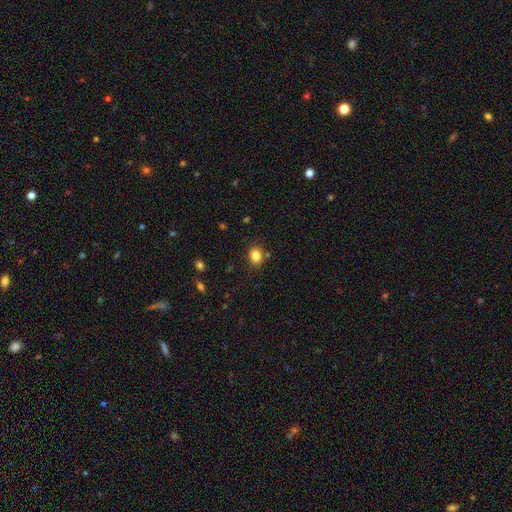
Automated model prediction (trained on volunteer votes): Morphology: type=smooth (83%); roundness=round (58%); merging=none (84%).